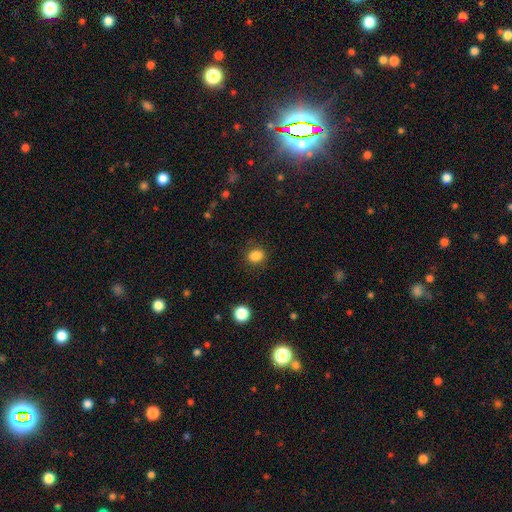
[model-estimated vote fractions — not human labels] Morphology: type=smooth (85%); roundness=round (55%); merging=none (84%).